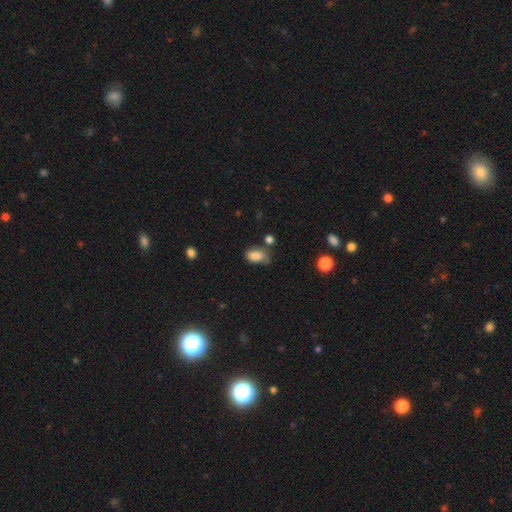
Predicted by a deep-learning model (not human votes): A smooth galaxy with no disk features (83%) that is in between round and cigar-shaped (90%).

Vote fractions:
- Smooth or featured? smooth: 83% / star or artifact: 9% / featured or disk: 7%
- How rounded? in between: 90% / round: 8% / cigar-shaped: 2%
- Merging? none: 49% / minor disturbance: 34% / major disturbance: 10% / merger: 7%